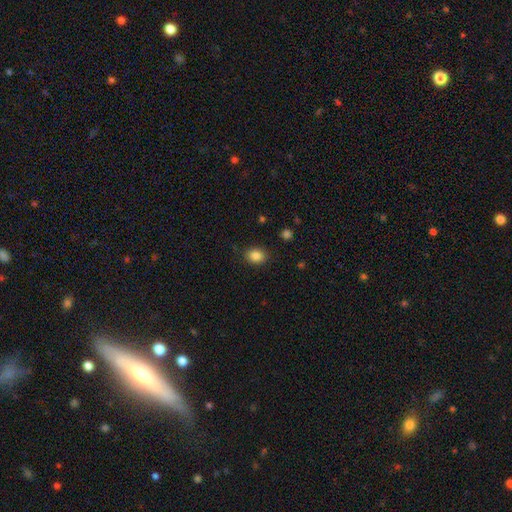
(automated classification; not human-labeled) This is clearly a smooth galaxy (86%). How rounded: possibly in between (52%). Merging: clearly none (86%).